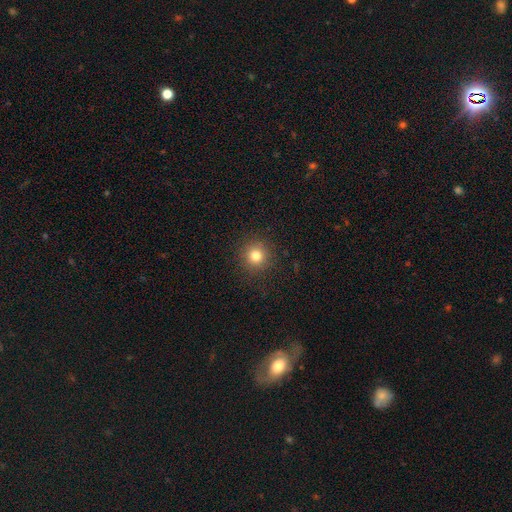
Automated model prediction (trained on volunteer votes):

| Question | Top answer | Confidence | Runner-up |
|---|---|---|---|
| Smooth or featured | smooth | 79% | star or artifact (14%) |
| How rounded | round | 95% | in between (5%) |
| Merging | none | 91% | minor disturbance (6%) |